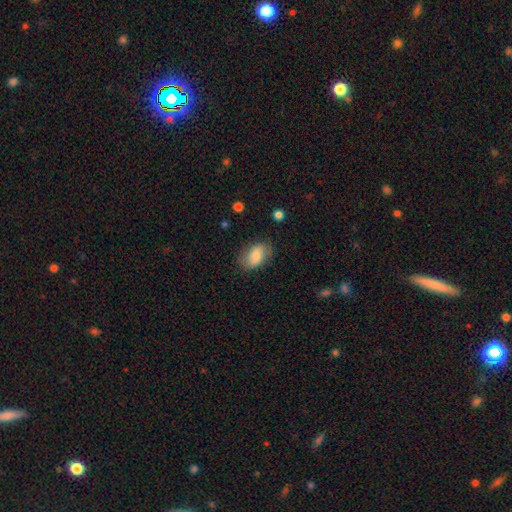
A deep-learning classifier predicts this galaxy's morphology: smooth_or_featured: smooth (p=0.75) [alt: featured or disk p=0.18]
how_rounded: in between (p=0.87) [alt: round p=0.11]
merging: none (p=0.72) [alt: minor disturbance p=0.20]